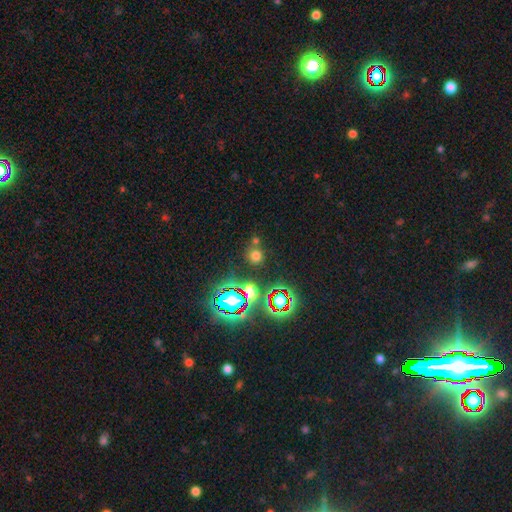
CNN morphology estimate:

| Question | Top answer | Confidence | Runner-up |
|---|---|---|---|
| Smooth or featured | smooth | 60% | star or artifact (32%) |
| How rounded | round | 90% | in between (9%) |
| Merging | none | 74% | merger (14%) |